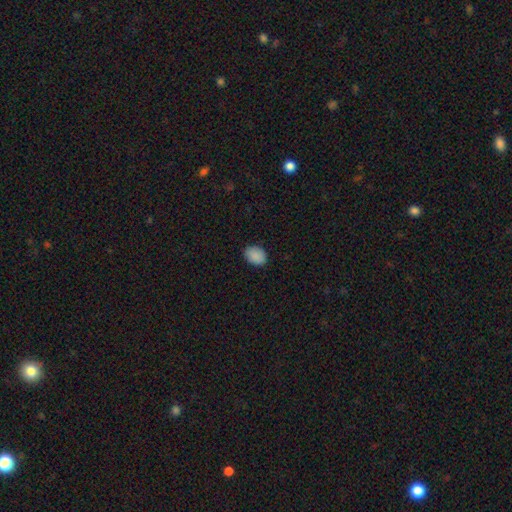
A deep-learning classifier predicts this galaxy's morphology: This is clearly a smooth galaxy (89%). How rounded: likely in between (74%). Merging: clearly none (87%).